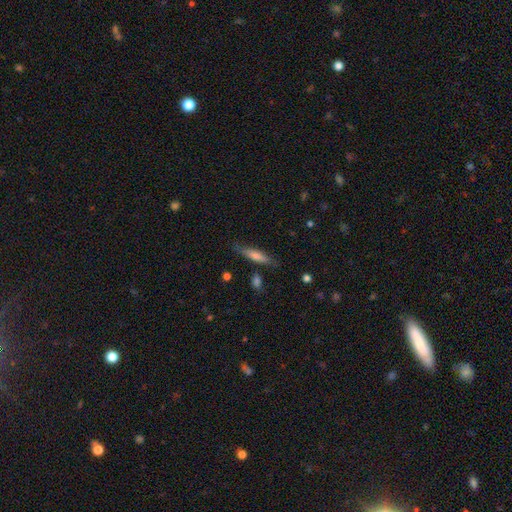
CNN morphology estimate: The model was most divided on "smooth or featured": smooth: 58%, featured or disk: 35%, star or artifact: 7%. More confident: how rounded — cigar-shaped (84%); merging — none (78%).